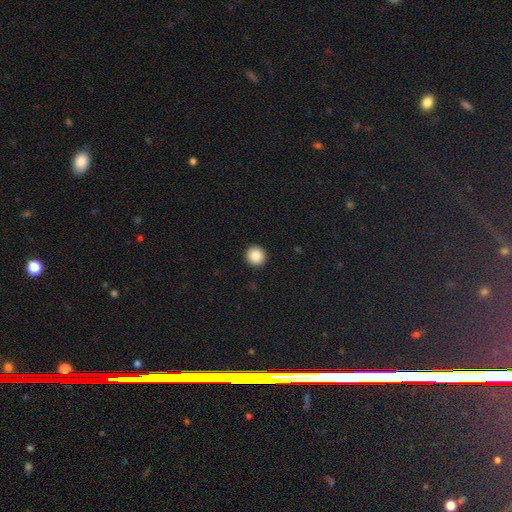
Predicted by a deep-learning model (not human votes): A smooth galaxy with no disk features (86%) that is round (94%).

Vote fractions:
- Smooth or featured? smooth: 86% / star or artifact: 9% / featured or disk: 5%
- How rounded? round: 94% / in between: 5% / cigar-shaped: 1%
- Merging? none: 93% / minor disturbance: 4% / major disturbance: 1% / merger: 1%